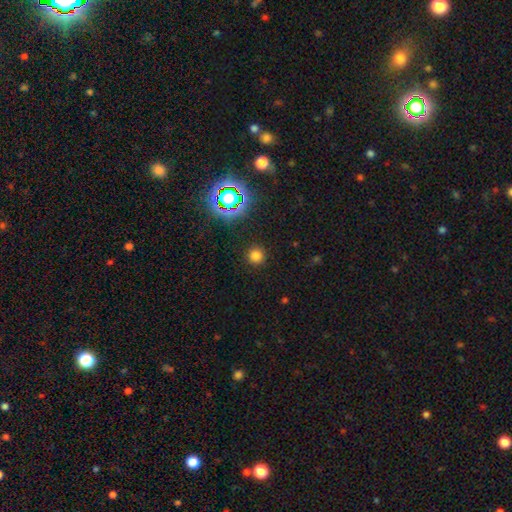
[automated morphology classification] A smooth galaxy with no disk features (76%) that is round (94%).

Vote fractions:
- Smooth or featured? smooth: 76% / star or artifact: 19% / featured or disk: 5%
- How rounded? round: 94% / in between: 5% / cigar-shaped: 1%
- Merging? none: 90% / minor disturbance: 6% / major disturbance: 2% / merger: 1%